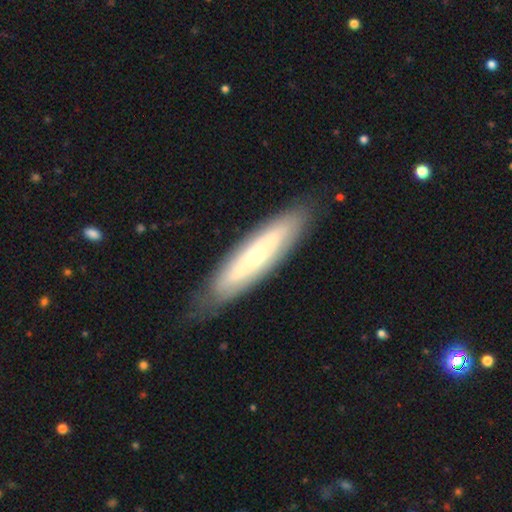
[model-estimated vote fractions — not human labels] Smooth or featured? featured or disk (61%)
Edge-on disk? no (65%)
Merging? none (78%)